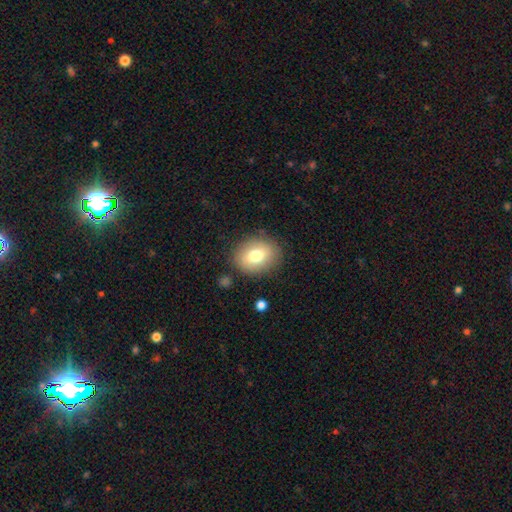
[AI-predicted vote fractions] Smooth or featured?
  - smooth: 75% *
  - featured or disk: 16%
  - star or artifact: 9%
How rounded?
  - round: 50% *
  - in between: 49%
  - cigar-shaped: 1%
Merging?
  - none: 83% *
  - minor disturbance: 11%
  - major disturbance: 4%
  - merger: 2%